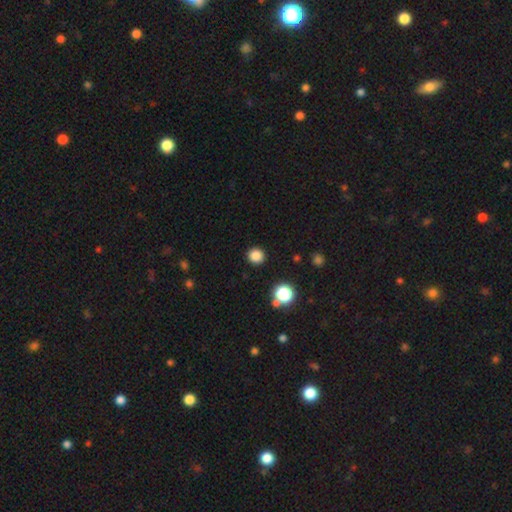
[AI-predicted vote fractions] This appears to be a smooth galaxy with no disk features (84%) that is round (92%). Merging: none (91%).